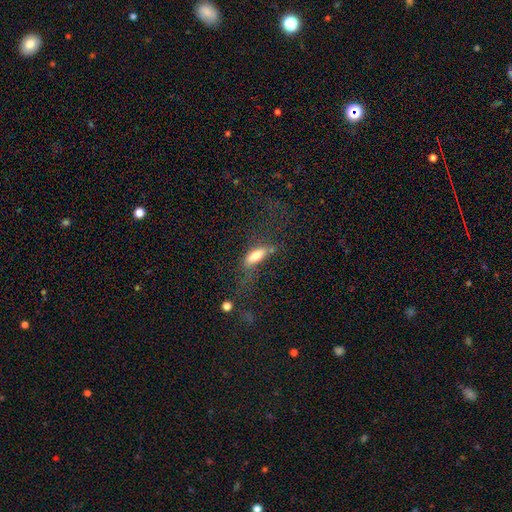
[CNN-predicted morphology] smooth 72%, featured or disk 20%, star or artifact 8%. Down the decision tree: how rounded — in between (67%); merging — none (43%).